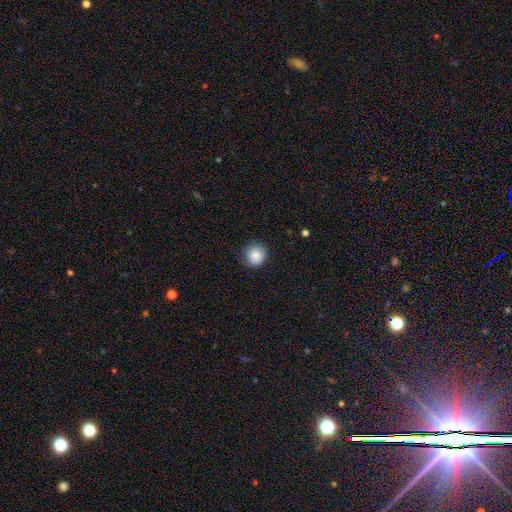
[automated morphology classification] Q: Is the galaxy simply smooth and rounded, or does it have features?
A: smooth — 83%.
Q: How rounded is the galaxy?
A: round — 89%.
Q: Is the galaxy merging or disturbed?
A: none — 74%.